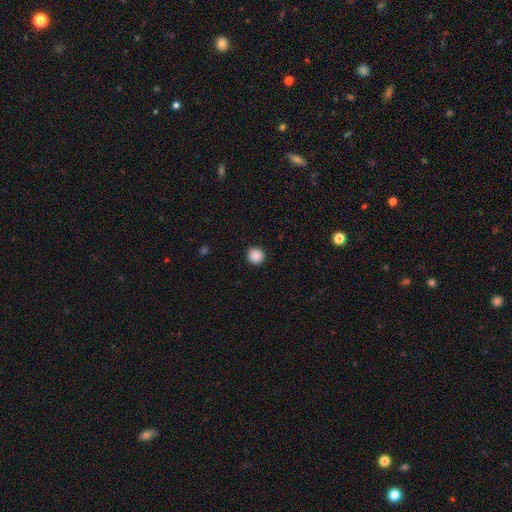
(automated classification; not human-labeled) Overall: smooth (89%). How rounded: round (95%). Merging: none (93%).